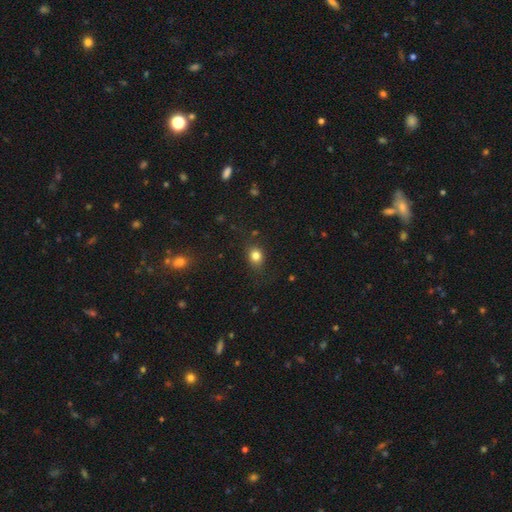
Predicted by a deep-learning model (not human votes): Smooth or featured?
  - smooth: 82% *
  - star or artifact: 12%
  - featured or disk: 7%
How rounded?
  - round: 52% *
  - in between: 46%
  - cigar-shaped: 1%
Merging?
  - none: 80% *
  - minor disturbance: 14%
  - major disturbance: 4%
  - merger: 2%